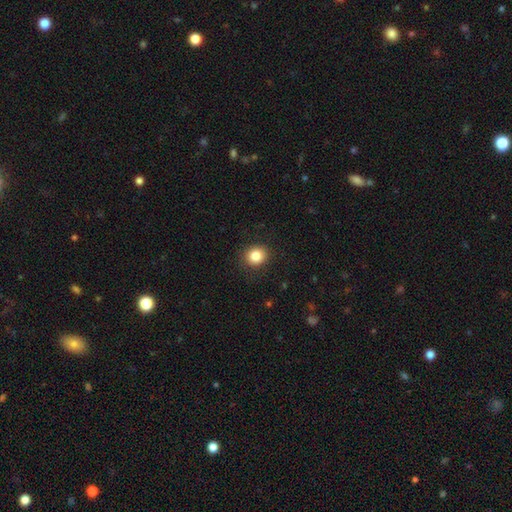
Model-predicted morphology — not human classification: Smooth or featured: smooth — 85% (star or artifact — 10%)
How rounded: round — 80% (in between — 19%)
Merging: none — 88% (minor disturbance — 8%)